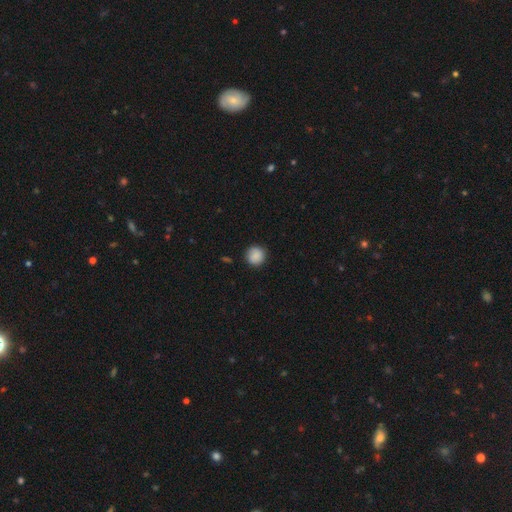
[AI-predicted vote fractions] Smooth or featured: smooth — 88% (star or artifact — 8%)
How rounded: round — 93% (in between — 6%)
Merging: none — 87% (minor disturbance — 9%)